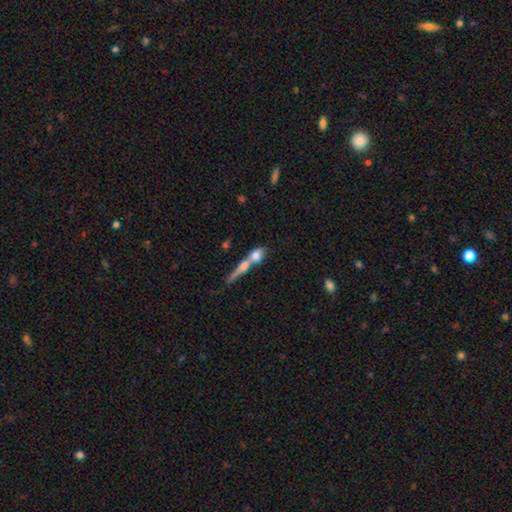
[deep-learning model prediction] Smooth or featured? smooth (64%)
How rounded? in between (43%)
Merging? merger (62%)